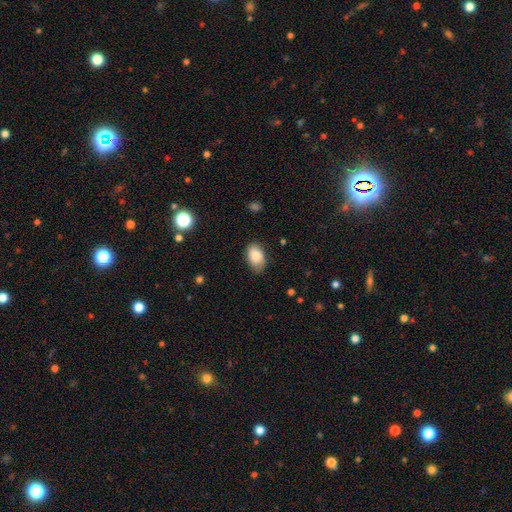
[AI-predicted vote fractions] Overall: smooth (85%). How rounded: in between (89%). Merging: none (73%).